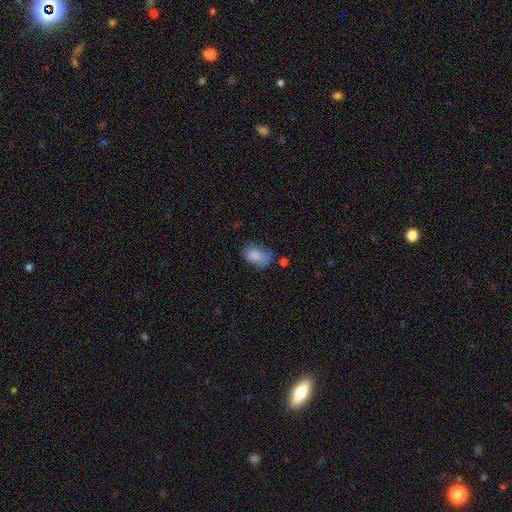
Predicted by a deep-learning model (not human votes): This appears to be a smooth galaxy with no disk features (83%) that is in between round and cigar-shaped (85%). Merging: none (46%).